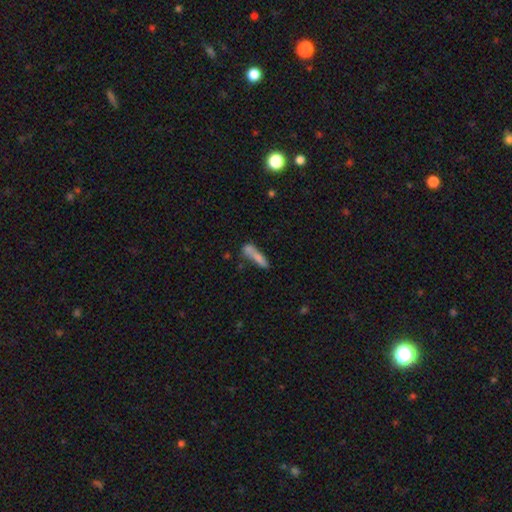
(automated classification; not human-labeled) Smooth or featured? smooth (72%)
How rounded? cigar-shaped (81%)
Merging? none (51%)